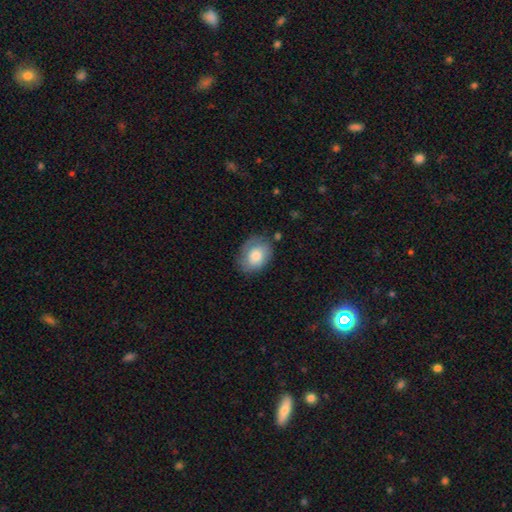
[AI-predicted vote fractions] Overall: smooth (77%). How rounded: in between (64%; round 35%). Merging: none (67%).